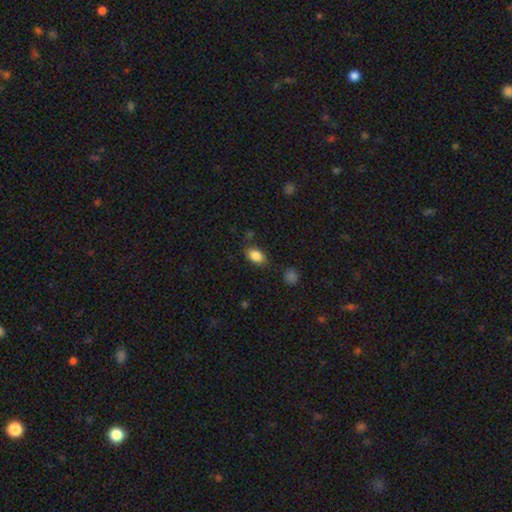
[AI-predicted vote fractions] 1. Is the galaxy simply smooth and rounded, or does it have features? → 86% smooth, 8% star or artifact, 5% featured or disk.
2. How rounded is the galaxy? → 87% in between, 11% round, 2% cigar-shaped.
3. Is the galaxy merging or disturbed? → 80% none, 14% minor disturbance, 4% major disturbance, 3% merger.